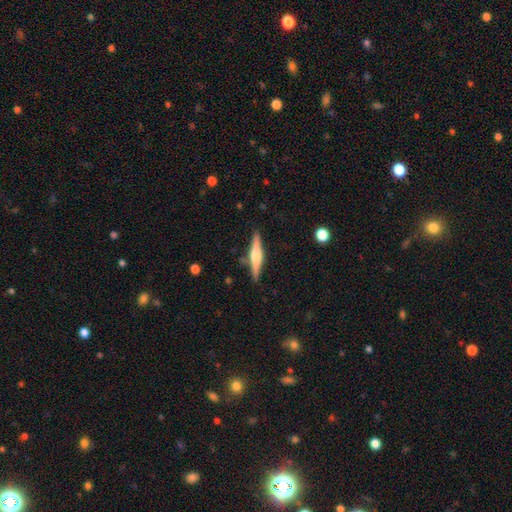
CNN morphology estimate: Smooth or featured?
  - featured or disk: 67% *
  - smooth: 28%
  - star or artifact: 6%
Edge-on disk?
  - yes: 98% *
  - no: 2%
Edge-on bulge?
  - rounded: 84% *
  - boxy: 12%
  - none: 4%
Merging?
  - none: 88% *
  - minor disturbance: 8%
  - merger: 2%
  - major disturbance: 2%